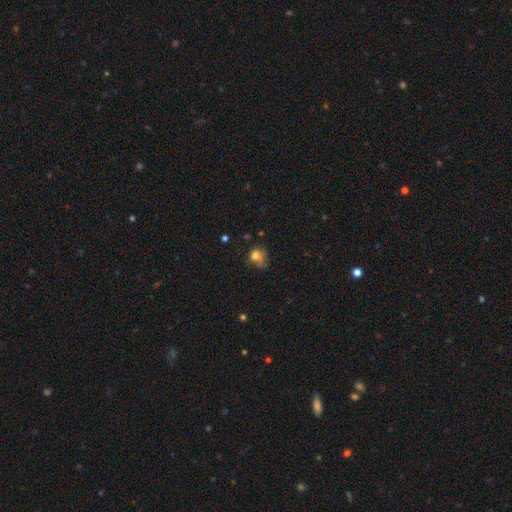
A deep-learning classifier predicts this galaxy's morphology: Smooth or featured? smooth (72%)
How rounded? round (62%)
Merging? none (37%)